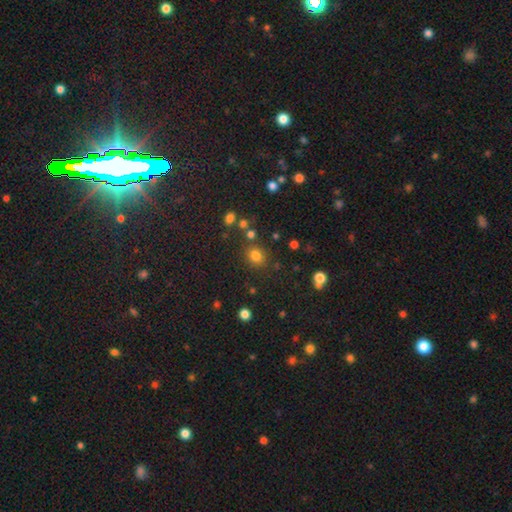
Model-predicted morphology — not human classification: A smooth galaxy with no disk features (78%) that is round (77%).

Vote fractions:
- Smooth or featured? smooth: 78% / star or artifact: 16% / featured or disk: 6%
- How rounded? round: 77% / in between: 22% / cigar-shaped: 1%
- Merging? none: 79% / minor disturbance: 10% / merger: 7% / major disturbance: 4%